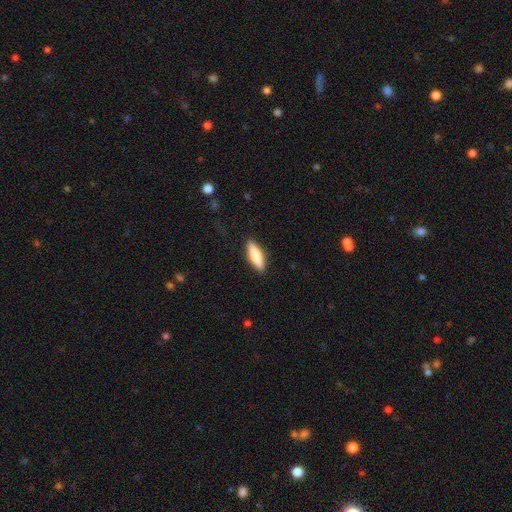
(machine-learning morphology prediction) smooth-or-featured: smooth: 70% | featured or disk: 24% | star or artifact: 6%
  how-rounded: cigar-shaped: 56% | in between: 42% | round: 2%
  merging: none: 88% | minor disturbance: 9% | major disturbance: 2% | merger: 1%